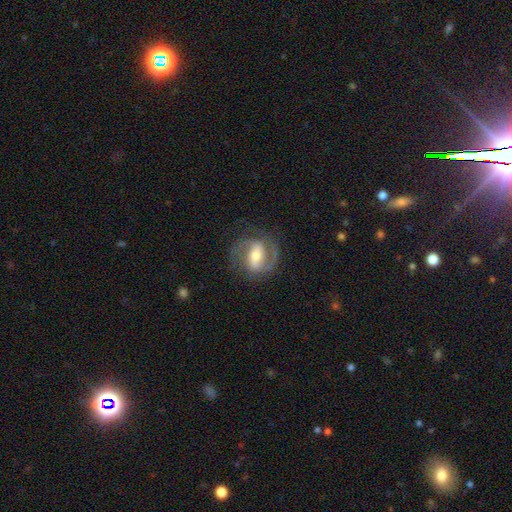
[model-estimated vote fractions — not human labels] smooth-or-featured: featured or disk: 82% | smooth: 12% | star or artifact: 6%
  disk-edge-on: no: 97% | yes: 3%
    bar: strong: 41% (tied) | weak: 41% (tied) | no: 18%
    has-spiral-arms: yes: 93% | no: 7%
      spiral-winding: medium: 52% | tight: 31% | loose: 17%
      spiral-arm-count: 2: 84% | 1: 6% | can't tell: 5% | 3: 3% | 4: 1% | more than 4: 1%
    bulge-size: moderate: 59% | small: 28% | large: 10% | none: 2% | dominant: 1%
  merging: none: 74% | minor disturbance: 15% | major disturbance: 10% | merger: 1%